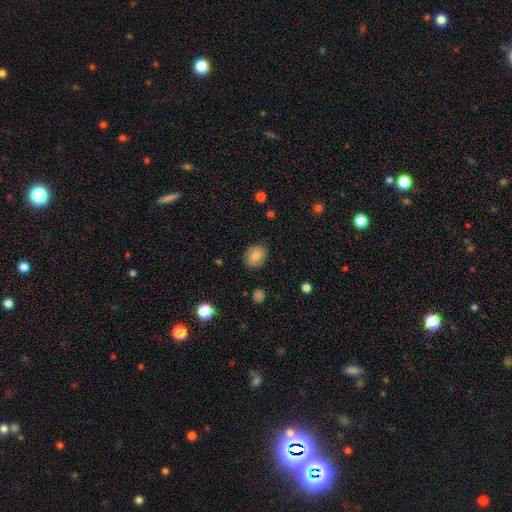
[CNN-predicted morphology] This is likely a smooth galaxy (78%). How rounded: likely round (65%). Merging: clearly none (84%).